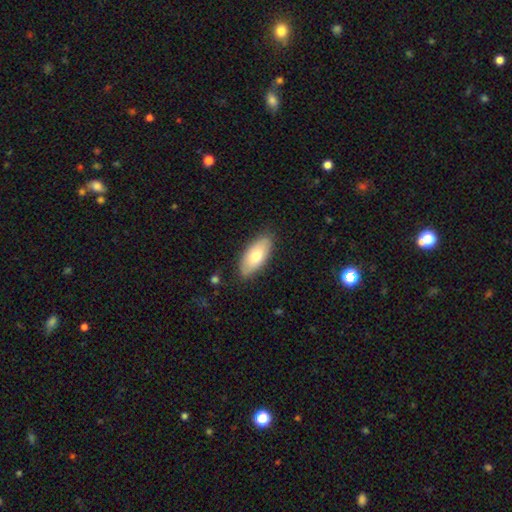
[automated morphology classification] Smooth or featured? Predicted: smooth (p=0.73). How rounded? Predicted: in between (p=0.87). Merging? Predicted: none (p=0.84).